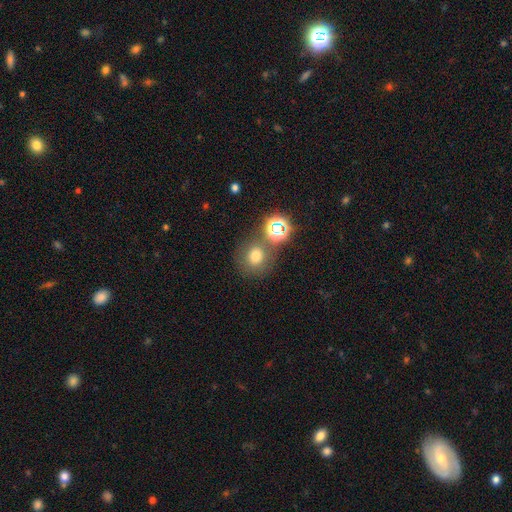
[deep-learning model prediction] smooth 70%, star or artifact 21%, featured or disk 9%. Down the decision tree: how rounded — round (83%); merging — none (65%).